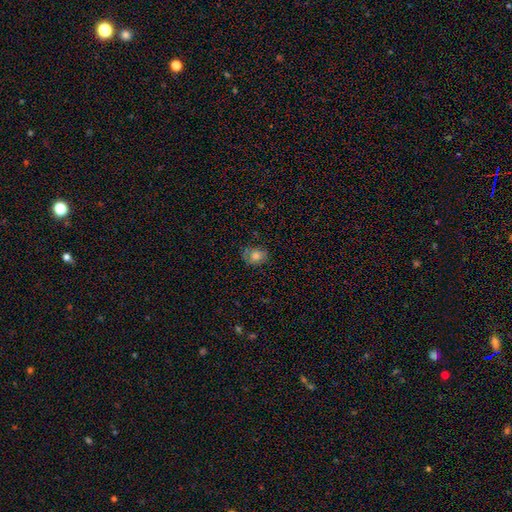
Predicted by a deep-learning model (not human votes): A smooth galaxy with no disk features (74%) that is in between round and cigar-shaped (51%). Merging: none (72%).